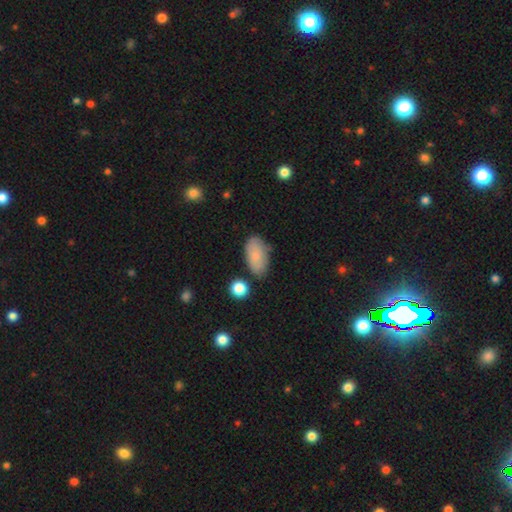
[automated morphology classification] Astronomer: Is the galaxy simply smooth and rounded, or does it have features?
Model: smooth — 78%.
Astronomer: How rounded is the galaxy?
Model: in between — 94%.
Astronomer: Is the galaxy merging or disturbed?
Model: none — 72%.